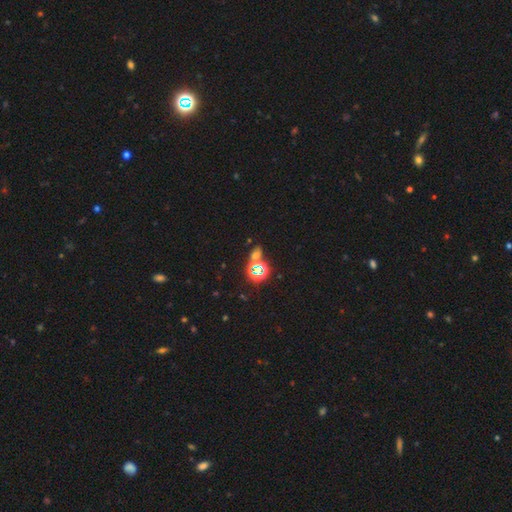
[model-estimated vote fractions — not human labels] A star or artifact, not a galaxy (54%).

Vote fractions:
- Smooth or featured? star or artifact: 54% / smooth: 35% / featured or disk: 10%